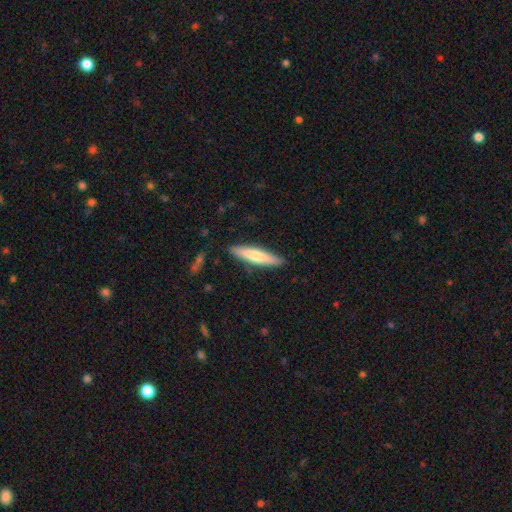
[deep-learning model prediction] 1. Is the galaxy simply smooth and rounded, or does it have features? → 67% smooth, 28% featured or disk, 5% star or artifact.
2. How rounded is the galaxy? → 86% cigar-shaped, 13% in between, 1% round.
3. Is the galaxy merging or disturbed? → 88% none, 9% minor disturbance, 2% major disturbance, 1% merger.